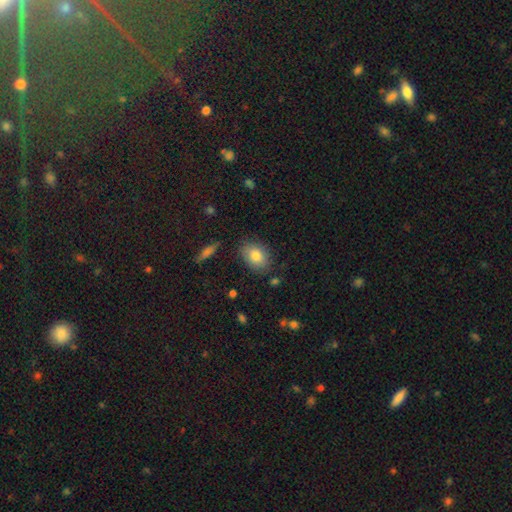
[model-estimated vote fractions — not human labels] smooth_or_featured: smooth (p=0.82) [alt: featured or disk p=0.10]
how_rounded: in between (p=0.75) [alt: round p=0.23]
merging: none (p=0.81) [alt: minor disturbance p=0.14]